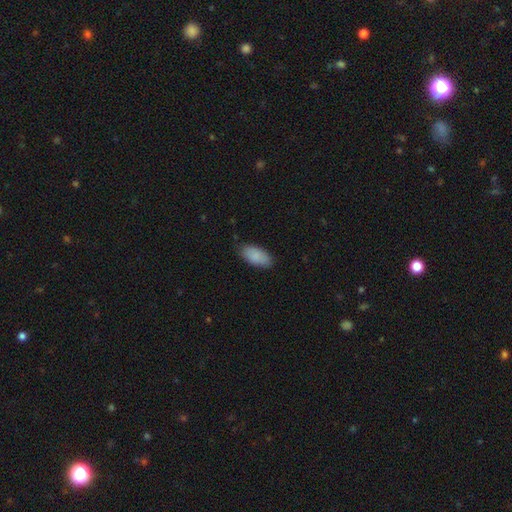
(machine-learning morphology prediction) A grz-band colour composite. It shows a smooth galaxy with no disk features (88%) that is in between round and cigar-shaped (93%). Merging: none (80%).